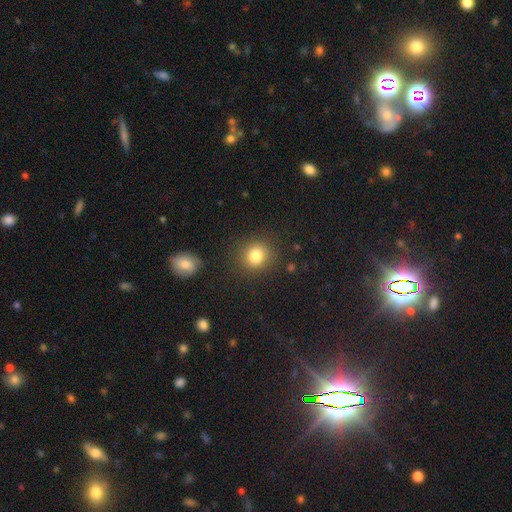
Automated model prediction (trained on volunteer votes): A smooth galaxy with no disk features (82%) that is round (85%). Merging: none (86%).